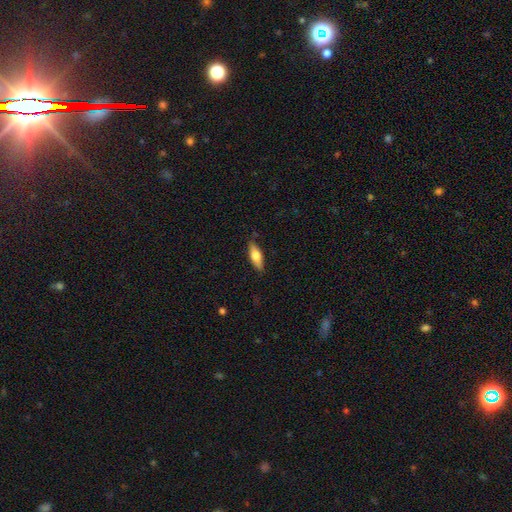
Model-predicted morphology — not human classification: smooth-or-featured: smooth: 65% | featured or disk: 29% | star or artifact: 6%
  how-rounded: in between: 60% | cigar-shaped: 38% | round: 2%
  merging: none: 83% | minor disturbance: 13% | major disturbance: 2% | merger: 1%